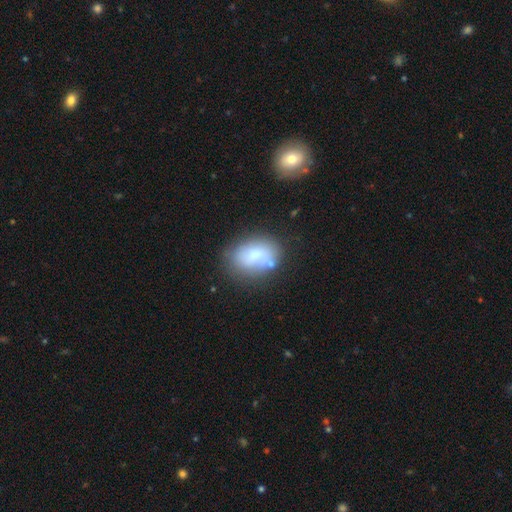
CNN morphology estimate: Smooth or featured?
  - smooth: 68% *
  - featured or disk: 23%
  - star or artifact: 9%
How rounded?
  - in between: 77% *
  - round: 21%
  - cigar-shaped: 1%
Merging?
  - none: 53% *
  - minor disturbance: 24%
  - merger: 14%
  - major disturbance: 10%